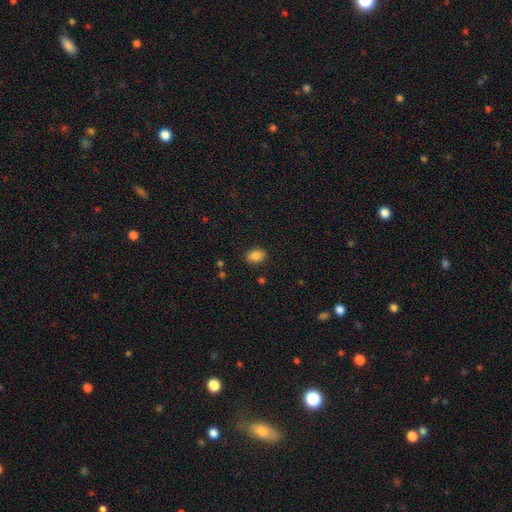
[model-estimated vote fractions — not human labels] Smooth or featured? smooth (86%)
How rounded? in between (70%)
Merging? none (87%)